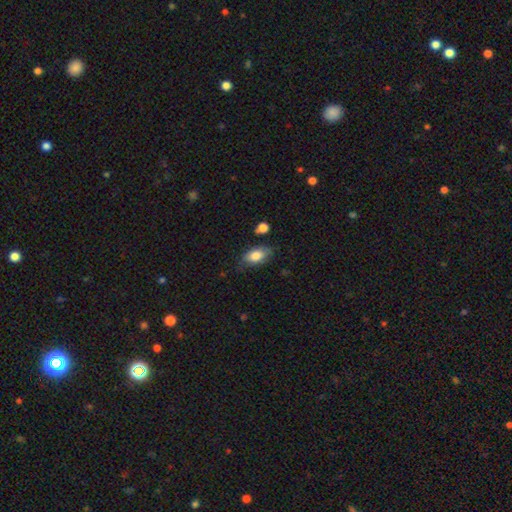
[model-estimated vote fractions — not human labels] A smooth galaxy with no disk features (82%) that is in between round and cigar-shaped (90%).

Vote fractions:
- Smooth or featured? smooth: 82% / featured or disk: 11% / star or artifact: 7%
- How rounded? in between: 90% / round: 6% / cigar-shaped: 4%
- Merging? none: 71% / minor disturbance: 21% / major disturbance: 5% / merger: 4%